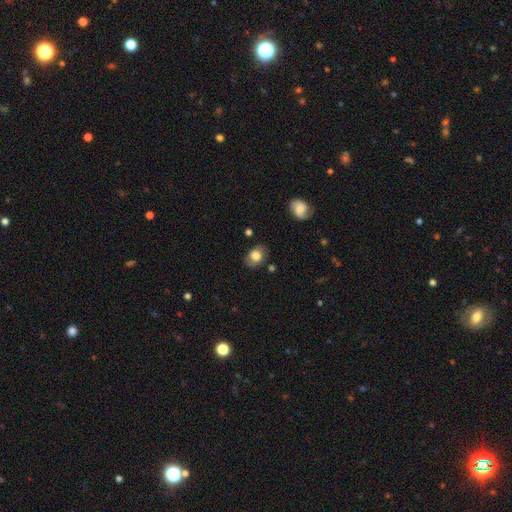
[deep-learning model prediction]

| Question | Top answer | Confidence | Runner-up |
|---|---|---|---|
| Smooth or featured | smooth | 76% | featured or disk (16%) |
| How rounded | in between | 64% | round (34%) |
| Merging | none | 78% | minor disturbance (16%) |